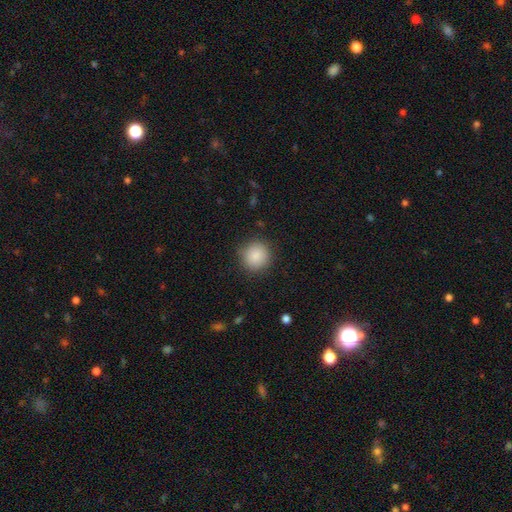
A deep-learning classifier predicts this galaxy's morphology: Overall: smooth (88%). How rounded: round (92%). Merging: none (88%).